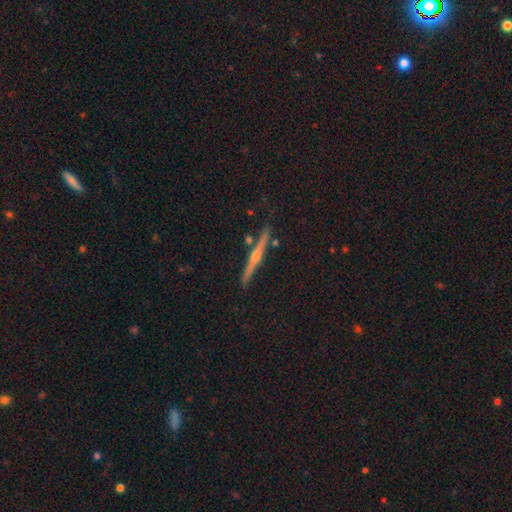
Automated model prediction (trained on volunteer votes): This is clearly a featured or disk galaxy (81%). It is clearly viewed edge-on (98%). Edge-on bulge: clearly rounded (88%). Merging: clearly none (87%).